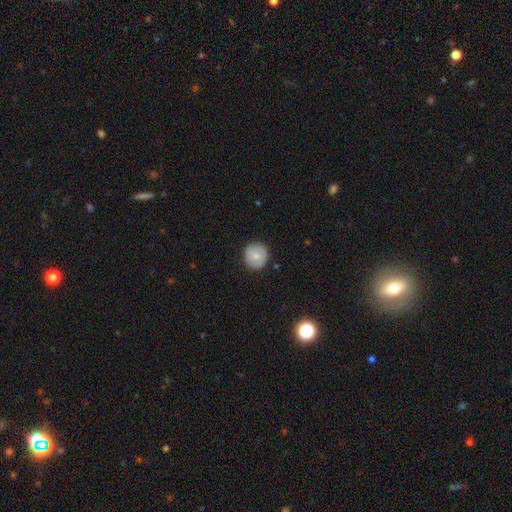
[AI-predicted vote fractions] smooth-or-featured: smooth: 74% | featured or disk: 19% | star or artifact: 7%
  how-rounded: round: 93% | in between: 6% | cigar-shaped: 1%
  merging: none: 89% | minor disturbance: 9% | major disturbance: 2% | merger: 1%